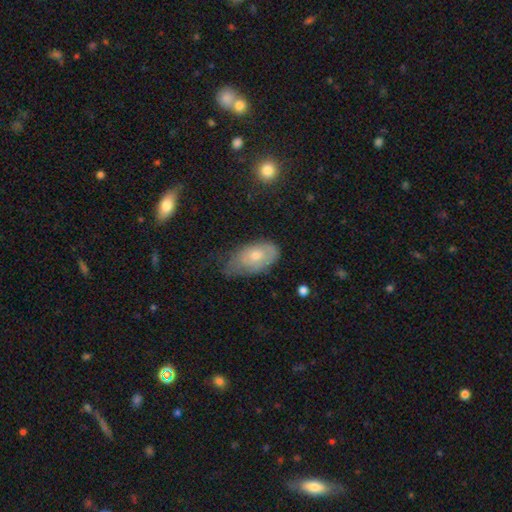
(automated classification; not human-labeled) Smooth or featured? Predicted: smooth (p=0.59). How rounded? Predicted: in between (p=0.92). Merging? Predicted: minor disturbance (p=0.43).